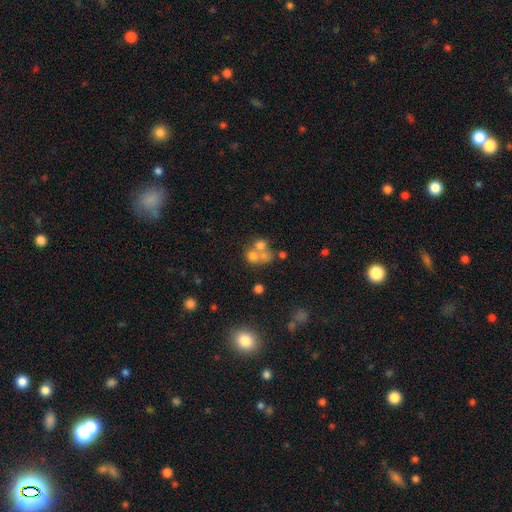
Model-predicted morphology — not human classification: The model was most divided on "smooth or featured": smooth: 56%, featured or disk: 27%, star or artifact: 17%. More confident: how rounded — round (65%); merging — merger (58%).